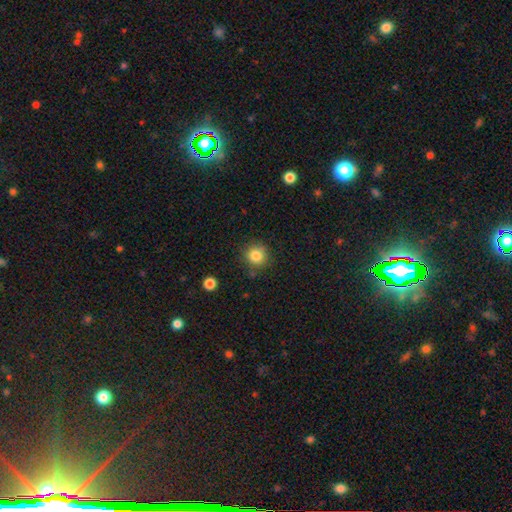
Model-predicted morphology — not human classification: Smooth or featured: smooth — 83% (star or artifact — 11%)
How rounded: round — 92% (in between — 8%)
Merging: none — 85% (minor disturbance — 10%)